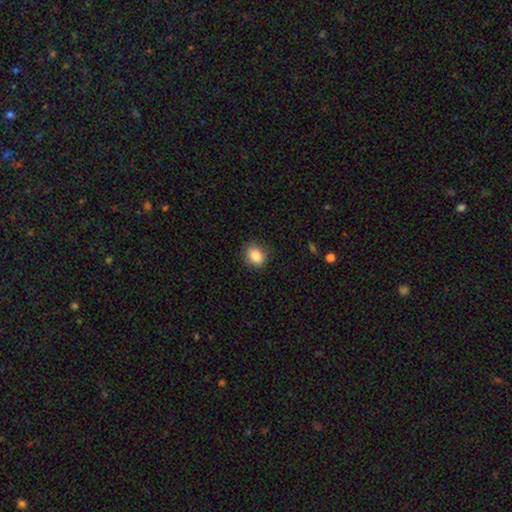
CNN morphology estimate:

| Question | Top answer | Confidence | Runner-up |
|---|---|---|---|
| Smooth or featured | smooth | 87% | star or artifact (9%) |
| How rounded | in between | 51% | round (47%) |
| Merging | none | 84% | minor disturbance (12%) |